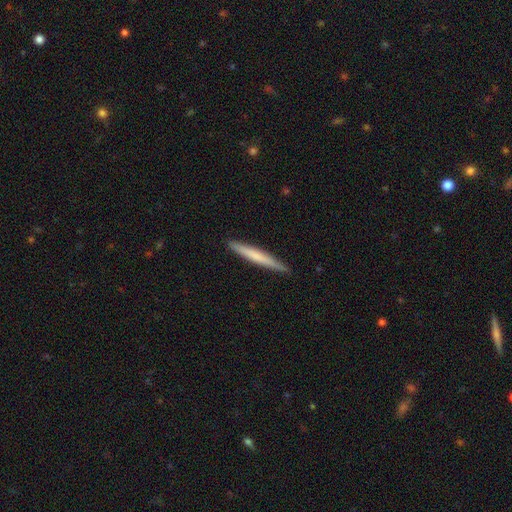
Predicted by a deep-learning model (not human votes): smooth_or_featured: smooth (p=0.60) [alt: featured or disk p=0.35]
how_rounded: cigar-shaped (p=0.96) [alt: in between p=0.02]
merging: none (p=0.90) [alt: minor disturbance p=0.07]